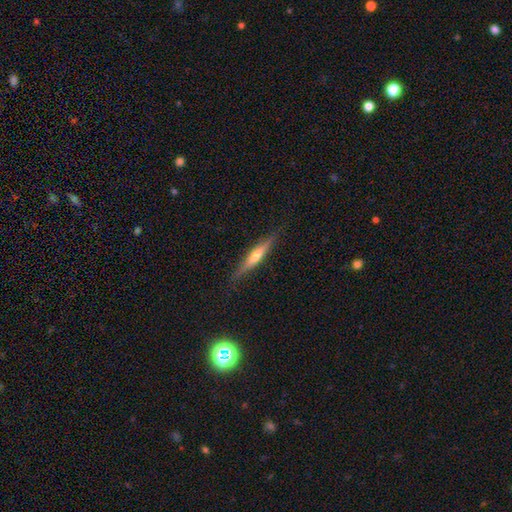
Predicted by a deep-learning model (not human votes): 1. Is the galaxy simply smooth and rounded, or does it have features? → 60% featured or disk, 34% smooth, 6% star or artifact.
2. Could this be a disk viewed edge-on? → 96% yes, 4% no.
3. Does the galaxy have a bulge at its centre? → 74% rounded, 17% none, 8% boxy.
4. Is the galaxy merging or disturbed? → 86% none, 10% minor disturbance, 2% major disturbance, 1% merger.